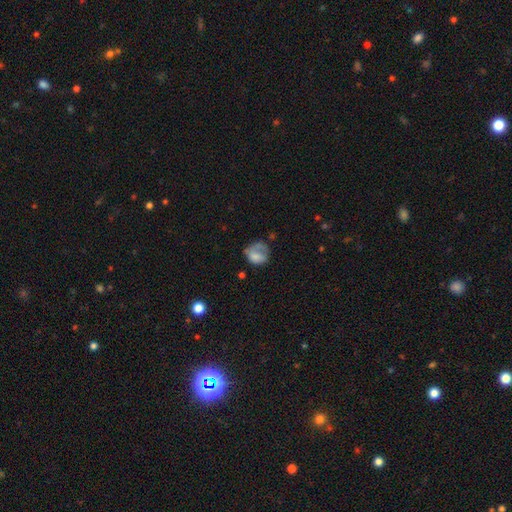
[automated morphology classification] Q: Smooth or featured?
A: smooth (66%); runner-up: featured or disk (25%)
Q: How rounded?
A: round (65%); runner-up: in between (34%)
Q: Merging?
A: none (39%); runner-up: major disturbance (29%)